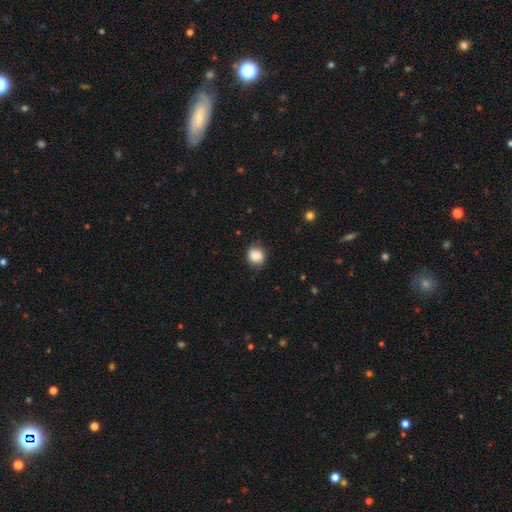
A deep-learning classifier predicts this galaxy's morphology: type=smooth (86%); roundness=round (74%); merging=none (78%).